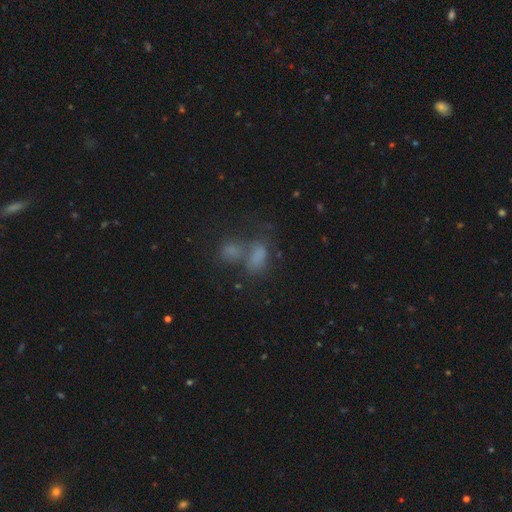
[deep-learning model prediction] This is likely a smooth galaxy (69%). How rounded: clearly in between (82%). Merging: possibly merger (56%).